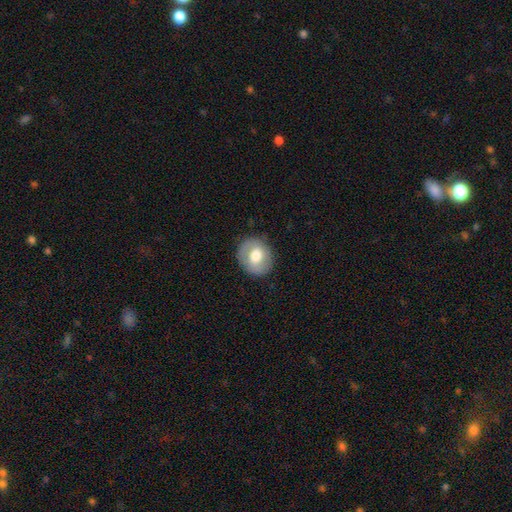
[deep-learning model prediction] Overall: smooth (62%; featured or disk 31%). How rounded: round (69%; in between 30%). Merging: none (84%).